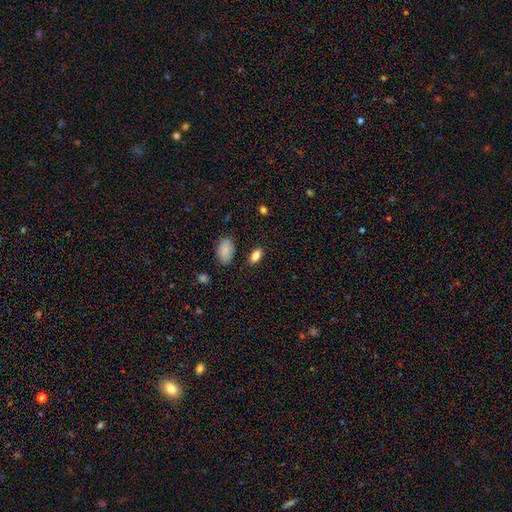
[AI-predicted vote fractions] smooth_or_featured: smooth (p=0.84) [alt: star or artifact p=0.09]
how_rounded: in between (p=0.90) [alt: round p=0.06]
merging: none (p=0.84) [alt: minor disturbance p=0.11]